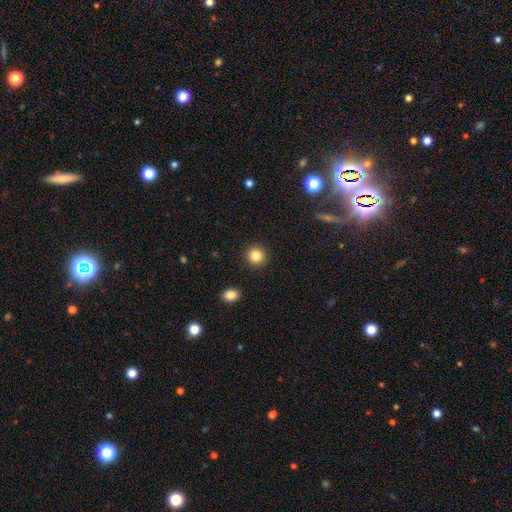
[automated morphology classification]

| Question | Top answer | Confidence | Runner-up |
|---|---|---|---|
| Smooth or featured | smooth | 85% | star or artifact (10%) |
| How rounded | round | 93% | in between (6%) |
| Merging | none | 92% | minor disturbance (5%) |